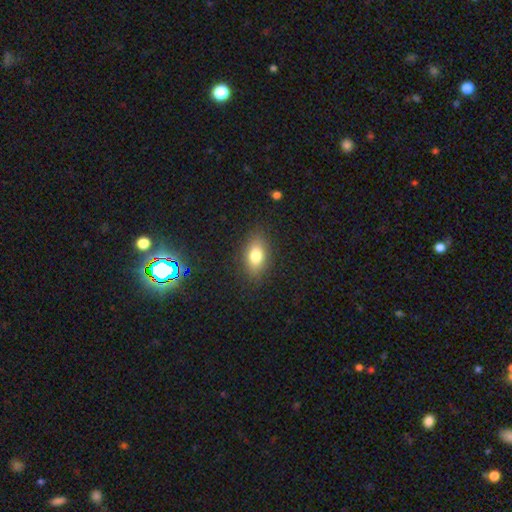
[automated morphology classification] A smooth galaxy with no disk features (77%) that is in between round and cigar-shaped (84%).

Vote fractions:
- Smooth or featured? smooth: 77% / featured or disk: 12% / star or artifact: 11%
- How rounded? in between: 84% / round: 12% / cigar-shaped: 4%
- Merging? none: 85% / minor disturbance: 10% / major disturbance: 3% / merger: 1%